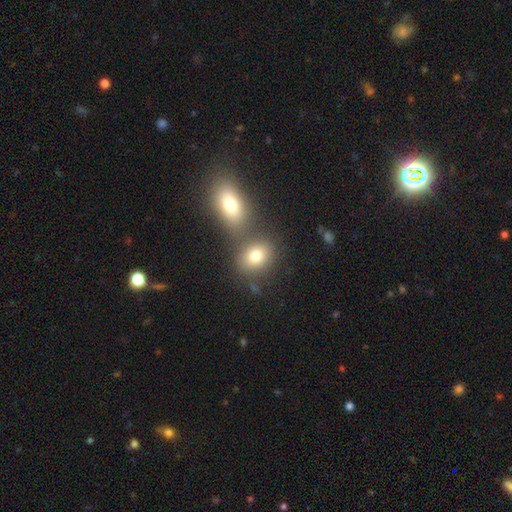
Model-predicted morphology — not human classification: smooth_or_featured: smooth (p=0.79) [alt: star or artifact p=0.11]
how_rounded: in between (p=0.53) [alt: round p=0.45]
merging: none (p=0.57) [alt: merger p=0.29]